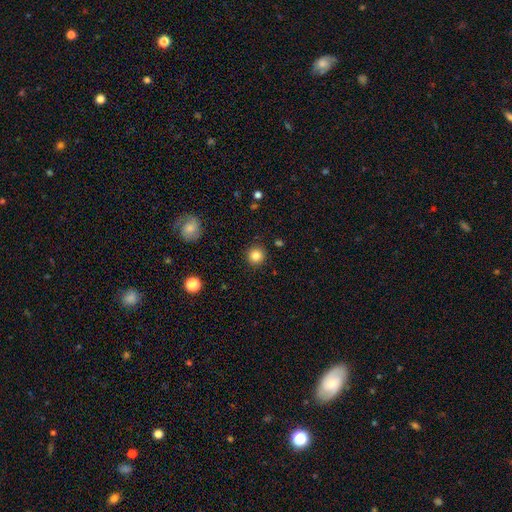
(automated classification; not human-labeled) A smooth galaxy with no disk features (84%) that is round (94%). Merging: none (91%).